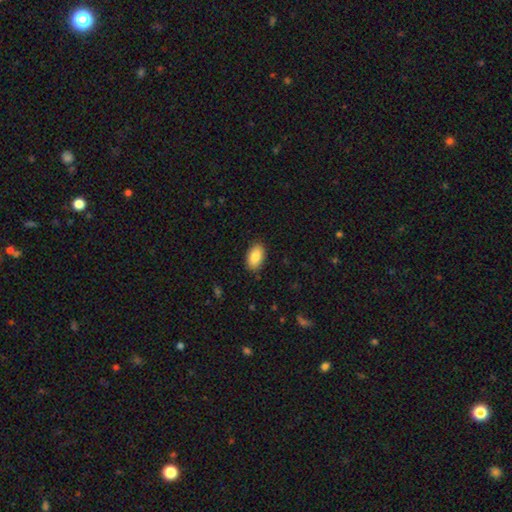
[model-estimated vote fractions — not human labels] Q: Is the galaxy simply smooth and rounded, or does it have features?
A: smooth — 87%.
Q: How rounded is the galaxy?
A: in between — 94%.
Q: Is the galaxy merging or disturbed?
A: none — 88%.